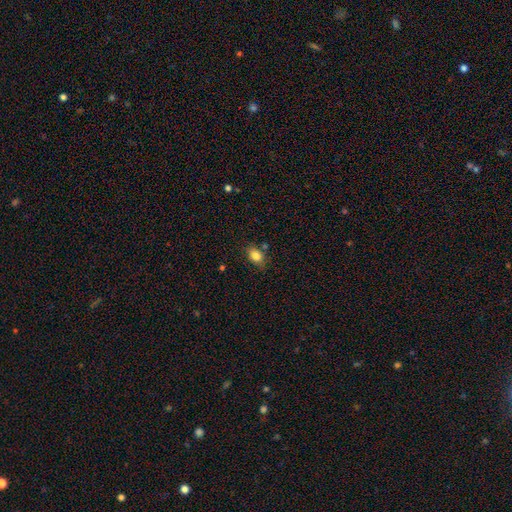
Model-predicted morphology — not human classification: Smooth or featured? smooth (84%)
How rounded? in between (73%)
Merging? none (75%)